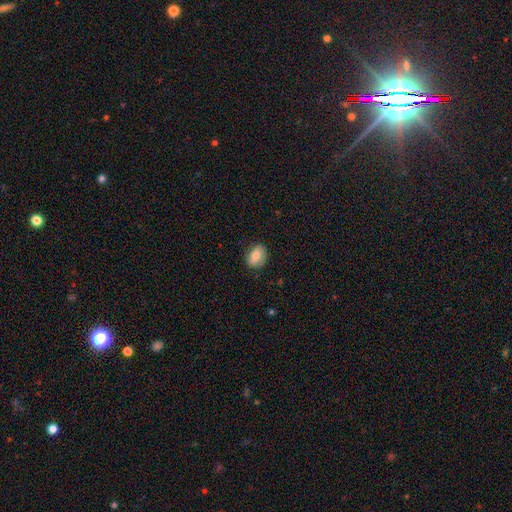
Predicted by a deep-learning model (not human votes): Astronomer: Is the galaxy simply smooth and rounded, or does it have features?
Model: smooth — 75%.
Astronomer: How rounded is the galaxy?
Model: in between — 67%.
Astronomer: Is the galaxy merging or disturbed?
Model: none — 81%.